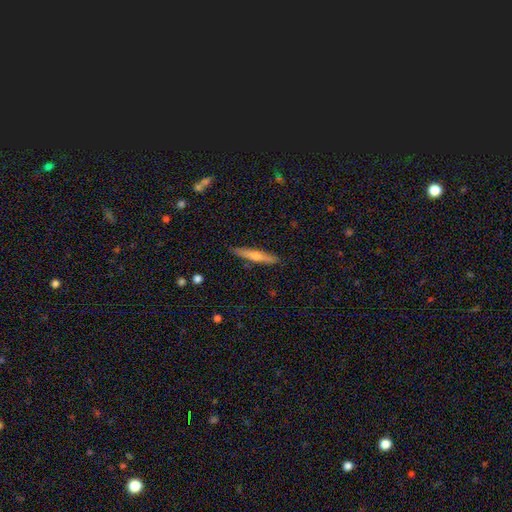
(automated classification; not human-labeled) Q: Smooth or featured?
A: featured or disk (52%); runner-up: smooth (41%)
Q: Edge-on disk?
A: yes (95%); runner-up: no (5%)
Q: Merging?
A: none (89%); runner-up: minor disturbance (8%)